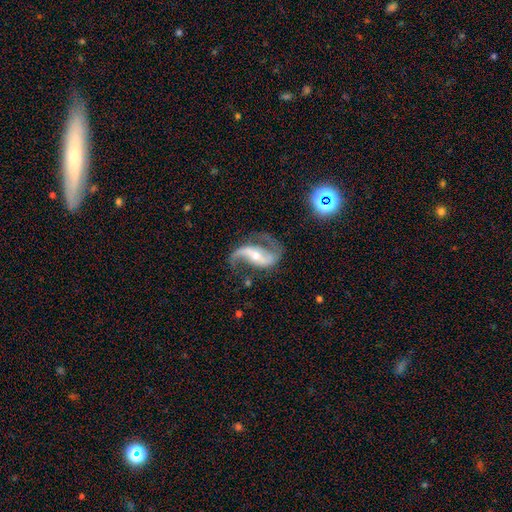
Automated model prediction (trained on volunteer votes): featured or disk 90%, star or artifact 6%, smooth 5%. Down the decision tree: edge-on disk — no (97%); bar — strong (48%); spiral arms — yes (96%); spiral arm count — 2 (89%); spiral winding — loose (66%); bulge size — small (52%); merging — none (66%).